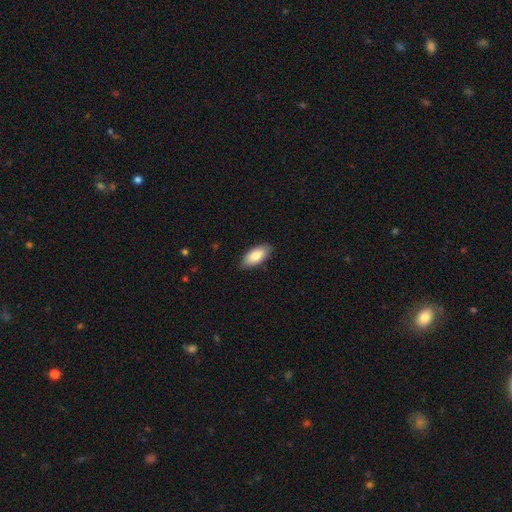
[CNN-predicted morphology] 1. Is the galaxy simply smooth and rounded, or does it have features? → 86% smooth, 9% featured or disk, 6% star or artifact.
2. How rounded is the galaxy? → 89% in between, 10% cigar-shaped, 2% round.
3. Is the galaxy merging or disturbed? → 86% none, 11% minor disturbance, 2% major disturbance, 1% merger.